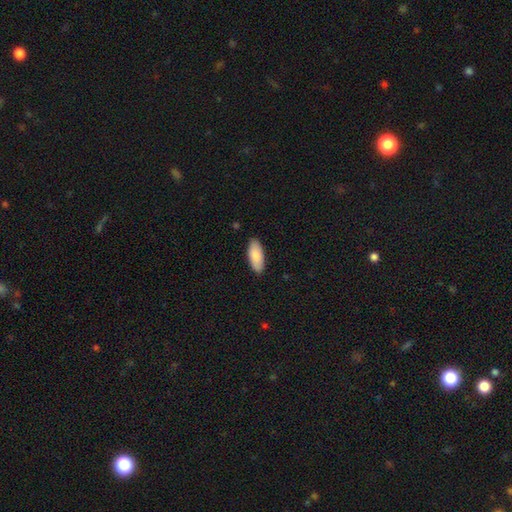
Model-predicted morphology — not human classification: Q: Smooth or featured?
A: smooth (87%); runner-up: featured or disk (8%)
Q: How rounded?
A: in between (86%); runner-up: cigar-shaped (12%)
Q: Merging?
A: none (87%); runner-up: minor disturbance (10%)